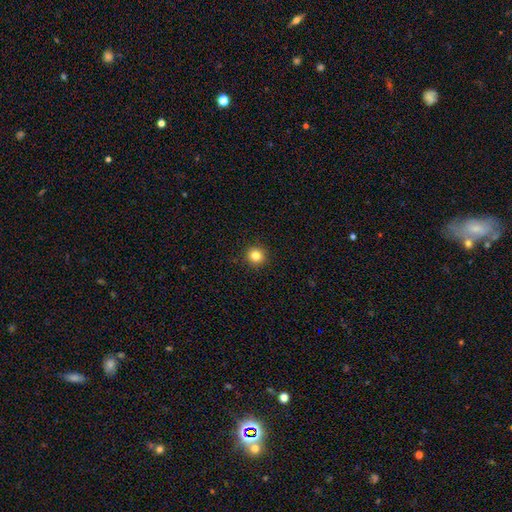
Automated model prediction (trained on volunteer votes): A smooth galaxy with no disk features (82%) that is round (95%).

Vote fractions:
- Smooth or featured? smooth: 82% / star or artifact: 12% / featured or disk: 6%
- How rounded? round: 95% / in between: 5% / cigar-shaped: 1%
- Merging? none: 92% / minor disturbance: 5% / major disturbance: 2% / merger: 1%